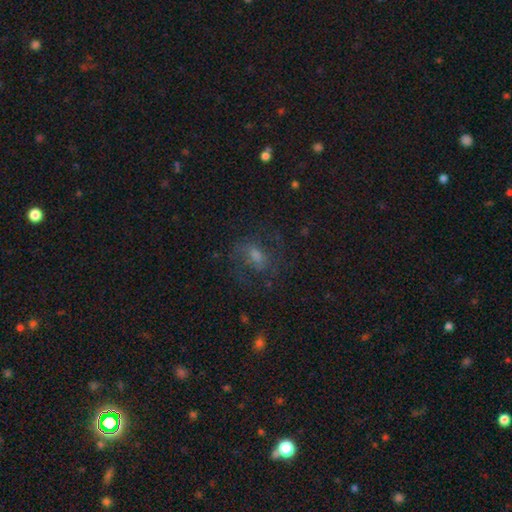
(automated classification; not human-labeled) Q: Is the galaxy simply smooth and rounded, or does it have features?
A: featured or disk — 49%.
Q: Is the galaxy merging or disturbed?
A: none — 55%.